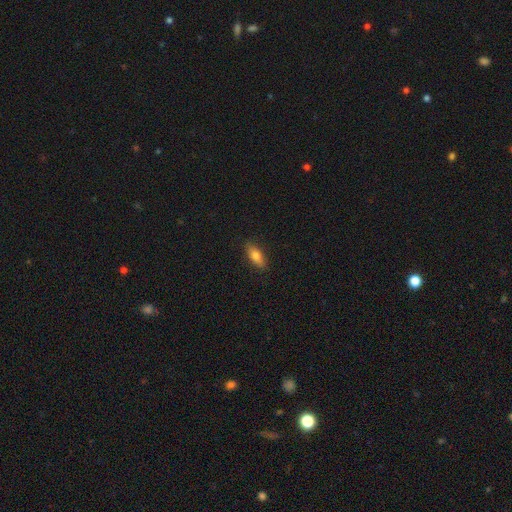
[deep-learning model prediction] A smooth galaxy with no disk features (76%) that is in between round and cigar-shaped (75%).

Vote fractions:
- Smooth or featured? smooth: 76% / featured or disk: 17% / star or artifact: 7%
- How rounded? in between: 75% / cigar-shaped: 22% / round: 3%
- Merging? none: 87% / minor disturbance: 10% / major disturbance: 2% / merger: 1%